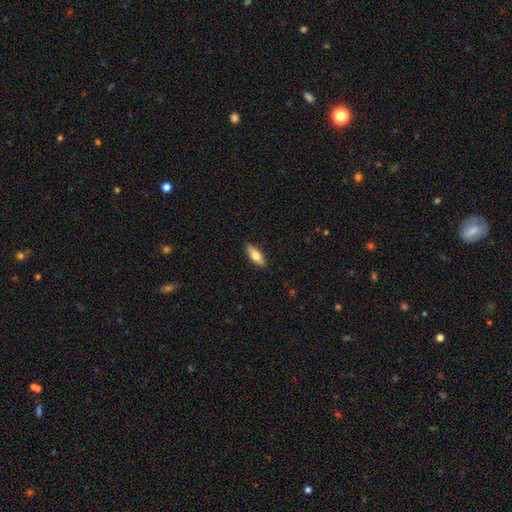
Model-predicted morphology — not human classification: A smooth galaxy with no disk features (66%) that is in between round and cigar-shaped (62%). Merging: none (89%).